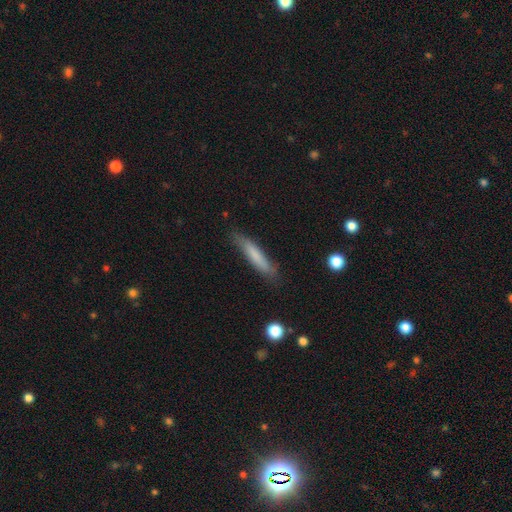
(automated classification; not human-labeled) A smooth galaxy with no disk features (72%) that is cigar-shaped (89%).

Vote fractions:
- Smooth or featured? smooth: 72% / featured or disk: 21% / star or artifact: 6%
- How rounded? cigar-shaped: 89% / in between: 10% / round: 1%
- Merging? none: 80% / minor disturbance: 15% / major disturbance: 3% / merger: 2%